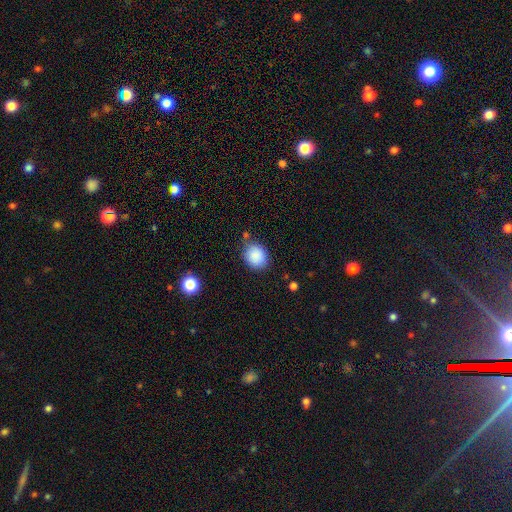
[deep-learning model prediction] Overall: smooth (87%). How rounded: round (55%; in between 44%). Merging: none (74%).